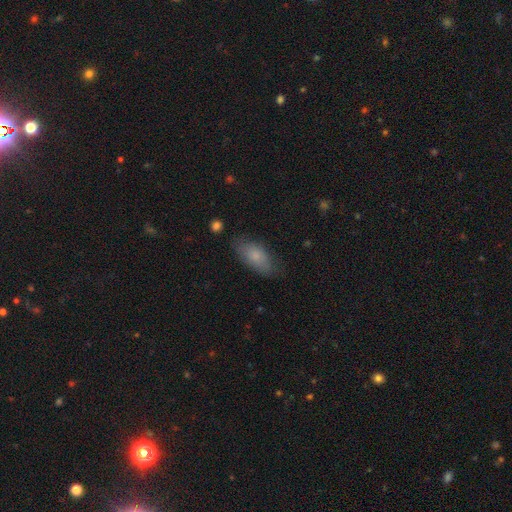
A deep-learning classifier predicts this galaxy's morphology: Smooth or featured: smooth — 78% (featured or disk — 15%)
How rounded: in between — 88% (cigar-shaped — 9%)
Merging: none — 72% (minor disturbance — 21%)